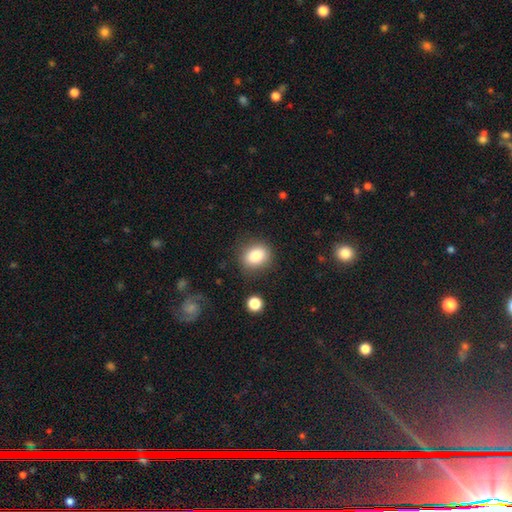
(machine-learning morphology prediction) A smooth galaxy with no disk features (84%) that is in between round and cigar-shaped (50%). Merging: none (80%).